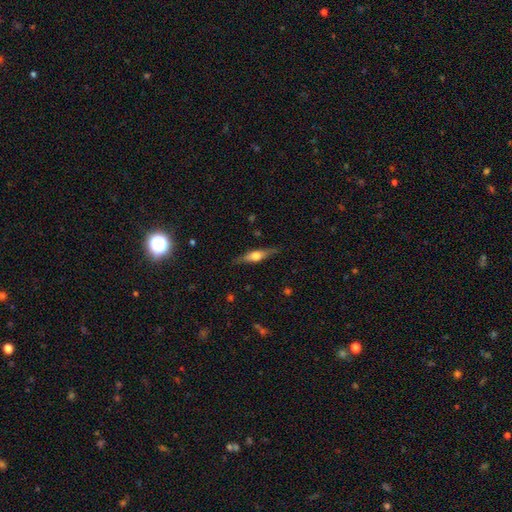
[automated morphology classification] Q: Smooth or featured?
A: featured or disk (61%); runner-up: smooth (33%)
Q: Edge-on disk?
A: yes (95%); runner-up: no (5%)
Q: Edge-on bulge?
A: rounded (92%); runner-up: boxy (6%)
Q: Merging?
A: none (85%); runner-up: minor disturbance (12%)